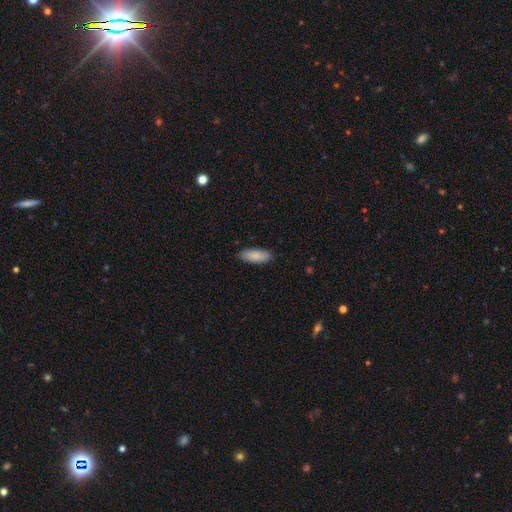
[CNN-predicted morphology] type=smooth (88%); roundness=in between (78%); merging=none (88%).